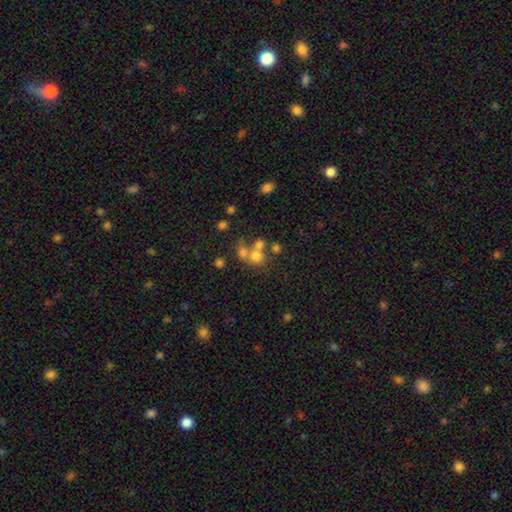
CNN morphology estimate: The model was most divided on "merging": merger: 47%, none: 39%, minor disturbance: 8%, major disturbance: 6%. More confident: how rounded — round (80%); smooth or featured — smooth (65%).